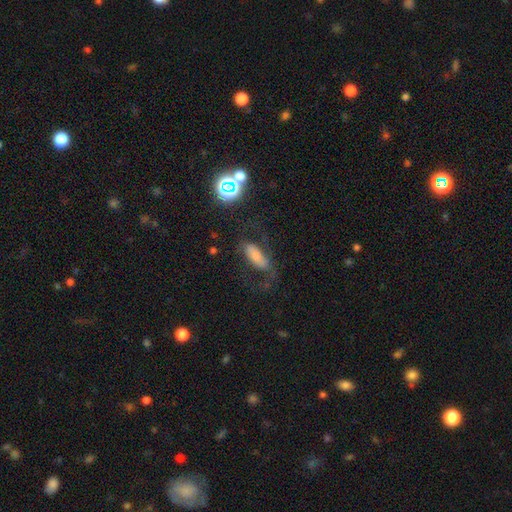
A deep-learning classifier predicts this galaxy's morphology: This appears to be a smooth galaxy with no disk features (56%) that is in between round and cigar-shaped (74%). Merging: none (55%).